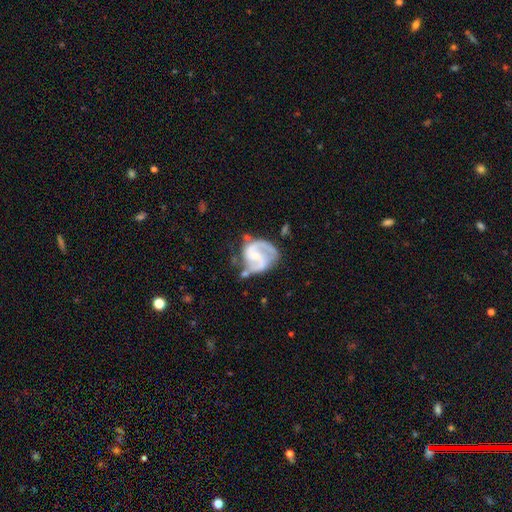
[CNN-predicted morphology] smooth-or-featured: featured or disk: 84% | smooth: 10% | star or artifact: 5%
  disk-edge-on: no: 98% | yes: 2%
    bar: weak: 47% | no: 37% | strong: 16%
    has-spiral-arms: yes: 94% | no: 6%
      spiral-winding: medium: 54% | tight: 24% | loose: 22%
      spiral-arm-count: 2: 77% | can't tell: 7% | 3: 7% | 1: 6% | 4: 2% | more than 4: 2%
    bulge-size: small: 44% | moderate: 27% | none: 24% | large: 4% | dominant: 1%
  merging: none: 47% | minor disturbance: 25% | major disturbance: 20% | merger: 7%